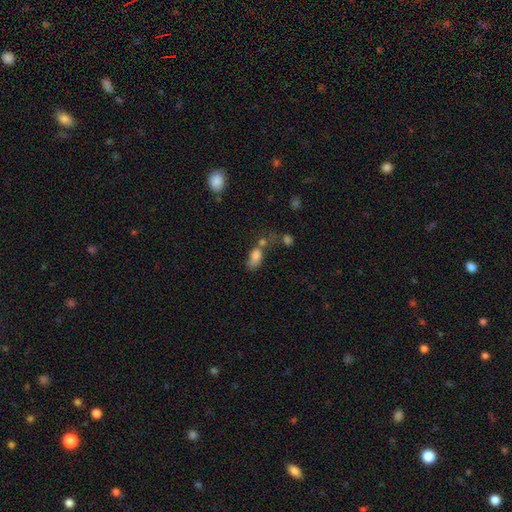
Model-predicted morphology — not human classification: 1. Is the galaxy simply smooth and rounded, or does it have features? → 76% smooth, 12% star or artifact, 12% featured or disk.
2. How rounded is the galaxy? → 83% in between, 12% round, 5% cigar-shaped.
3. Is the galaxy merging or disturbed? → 38% merger, 26% none, 19% major disturbance, 17% minor disturbance.